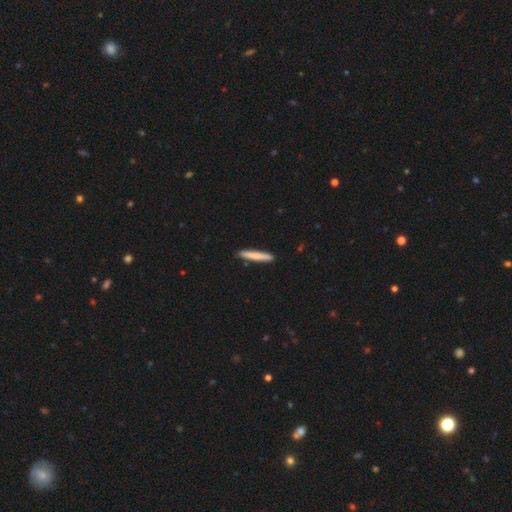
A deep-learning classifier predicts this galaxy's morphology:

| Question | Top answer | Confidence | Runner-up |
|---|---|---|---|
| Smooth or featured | smooth | 79% | featured or disk (16%) |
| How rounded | cigar-shaped | 94% | in between (5%) |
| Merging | none | 90% | minor disturbance (7%) |